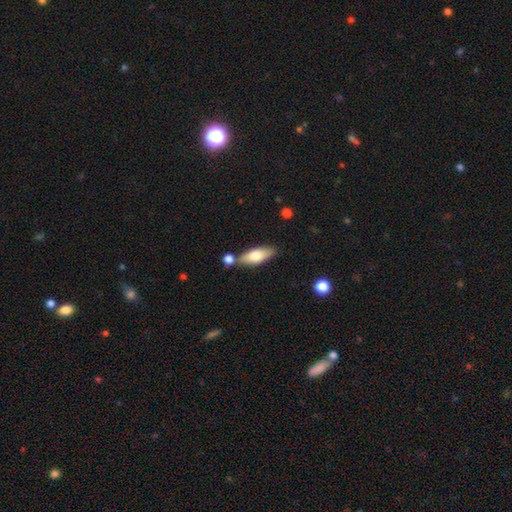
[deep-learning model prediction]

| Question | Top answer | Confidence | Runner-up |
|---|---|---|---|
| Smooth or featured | smooth | 67% | featured or disk (27%) |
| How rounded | in between | 65% | cigar-shaped (32%) |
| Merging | none | 72% | merger (13%) |